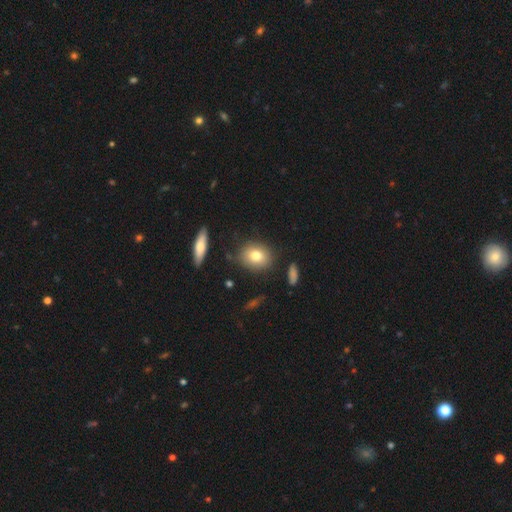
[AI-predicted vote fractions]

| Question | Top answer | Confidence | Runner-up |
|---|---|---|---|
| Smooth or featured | smooth | 78% | featured or disk (13%) |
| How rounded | in between | 50% | round (47%) |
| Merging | none | 81% | minor disturbance (12%) |